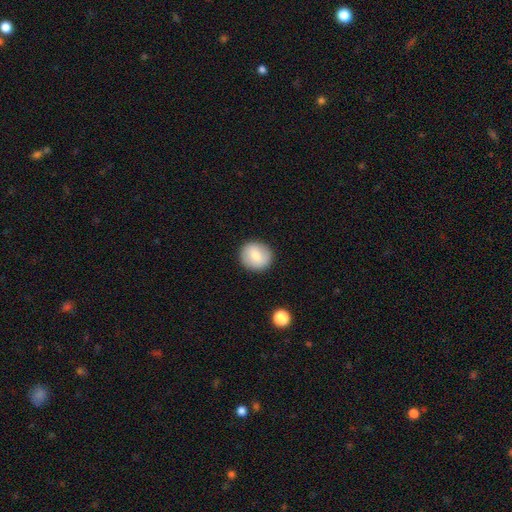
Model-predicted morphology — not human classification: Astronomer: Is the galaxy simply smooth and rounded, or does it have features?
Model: smooth — 76%.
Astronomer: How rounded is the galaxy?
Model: round — 89%.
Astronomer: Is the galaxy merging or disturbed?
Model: none — 91%.